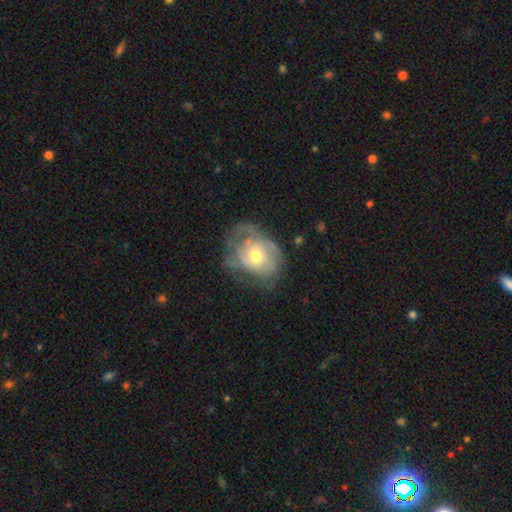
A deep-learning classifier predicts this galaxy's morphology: This is likely a featured or disk galaxy (66%). It is clearly not viewed edge-on (96%). Bar: likely no (78%). Spiral arm pattern: likely yes (71%). Central bulge: likely moderate (60%). Merging: marginally none (42%).